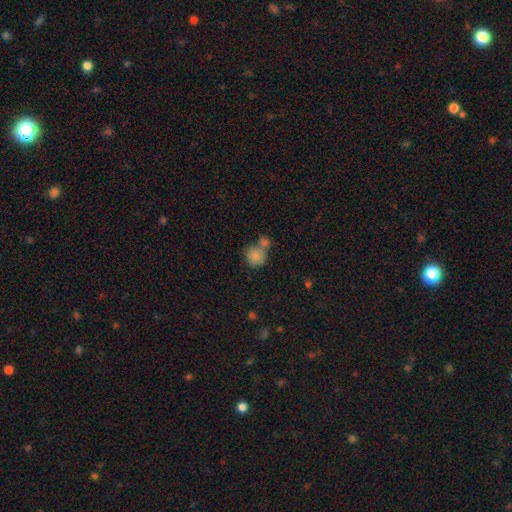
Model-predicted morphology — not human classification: Q: Smooth or featured?
A: smooth (84%); runner-up: star or artifact (9%)
Q: How rounded?
A: round (83%); runner-up: in between (16%)
Q: Merging?
A: merger (45%); runner-up: none (40%)